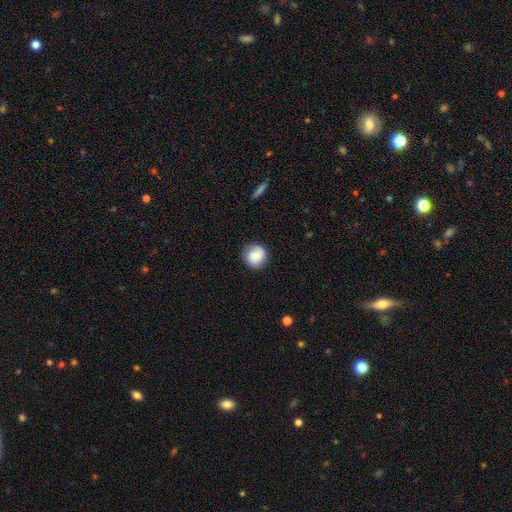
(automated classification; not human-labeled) smooth_or_featured: smooth (p=0.74) [alt: featured or disk p=0.18]
how_rounded: round (p=0.90) [alt: in between p=0.09]
merging: none (p=0.82) [alt: minor disturbance p=0.13]